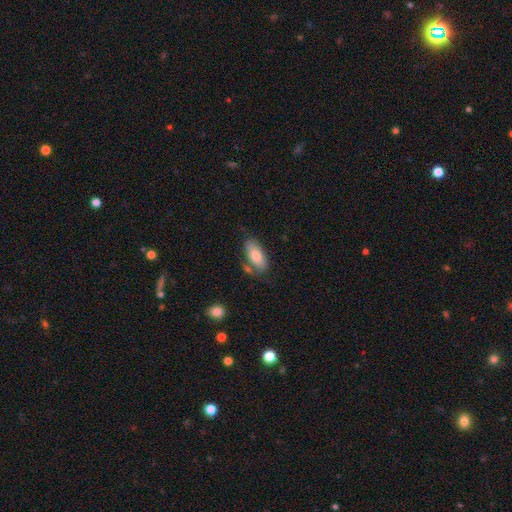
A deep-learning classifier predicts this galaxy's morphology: type=smooth (78%); roundness=in between (88%); merging=none (63%).